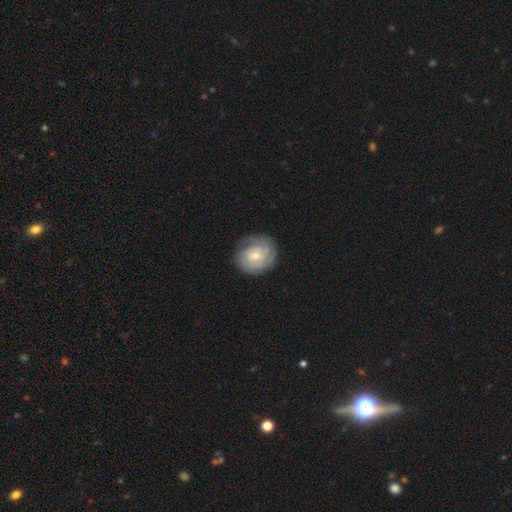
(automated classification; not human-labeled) featured or disk 68%, smooth 26%, star or artifact 6%. Down the decision tree: edge-on disk — no (98%); bar — no (70%); spiral arms — yes (90%); spiral arm count — can't tell (42%); spiral winding — tight (71%); bulge size — small (58%); merging — none (75%).